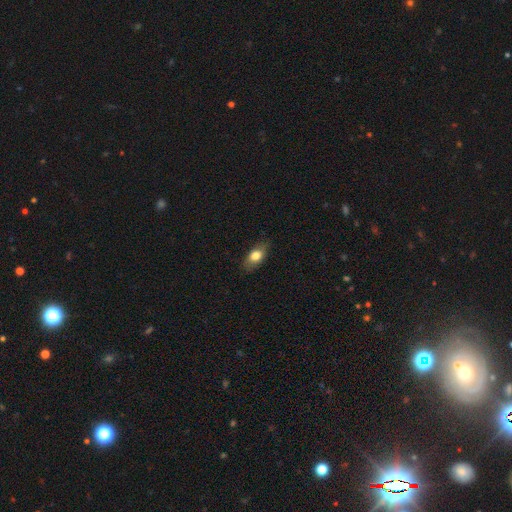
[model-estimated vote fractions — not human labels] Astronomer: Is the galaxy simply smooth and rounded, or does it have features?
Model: smooth — 76%.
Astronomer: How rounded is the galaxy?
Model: in between — 83%.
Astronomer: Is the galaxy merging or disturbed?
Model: none — 80%.